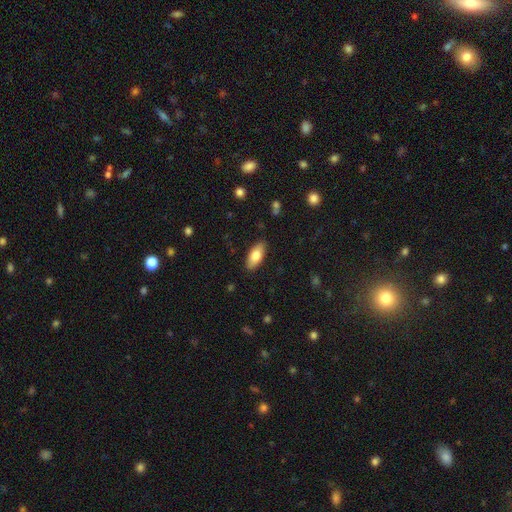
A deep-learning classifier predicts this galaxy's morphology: Smooth or featured: smooth — 78% (featured or disk — 15%)
How rounded: in between — 84% (cigar-shaped — 13%)
Merging: none — 88% (minor disturbance — 9%)